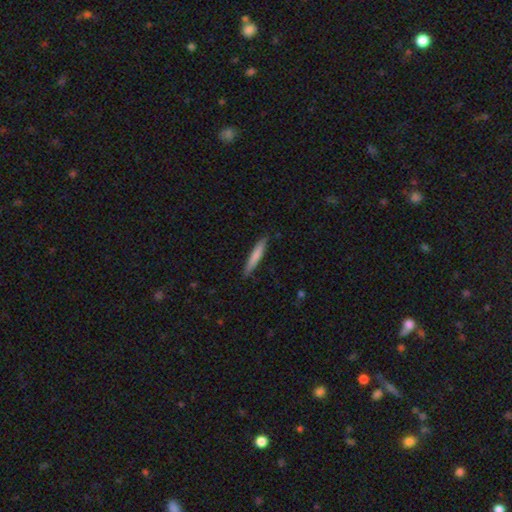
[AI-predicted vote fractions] A smooth galaxy with no disk features (76%) that is cigar-shaped (93%). Merging: none (87%).